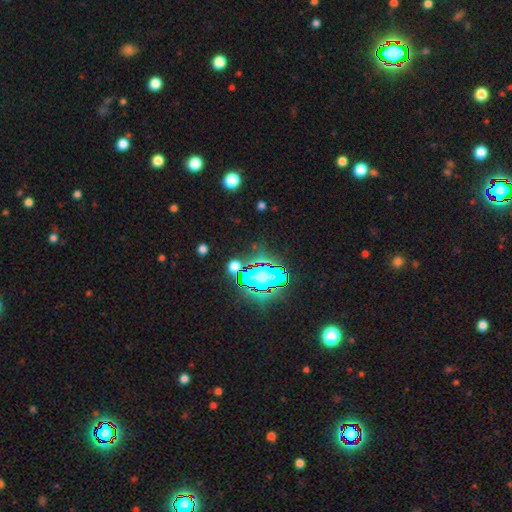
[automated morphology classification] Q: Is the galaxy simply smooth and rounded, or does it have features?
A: star or artifact — 83%.